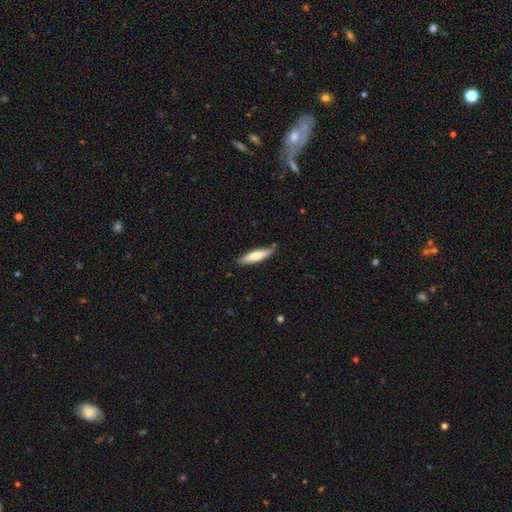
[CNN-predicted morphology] This is likely a smooth galaxy (73%). How rounded: likely cigar-shaped (75%). Merging: clearly none (83%).